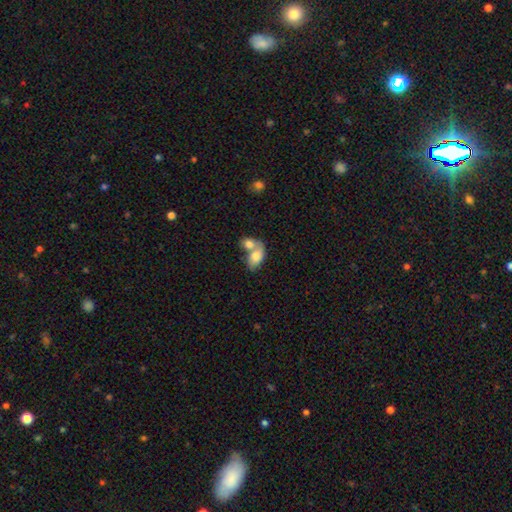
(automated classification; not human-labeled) Smooth or featured?
  - smooth: 77% *
  - featured or disk: 16%
  - star or artifact: 6%
How rounded?
  - in between: 87% *
  - round: 11%
  - cigar-shaped: 2%
Merging?
  - merger: 68% *
  - none: 19%
  - minor disturbance: 8%
  - major disturbance: 5%